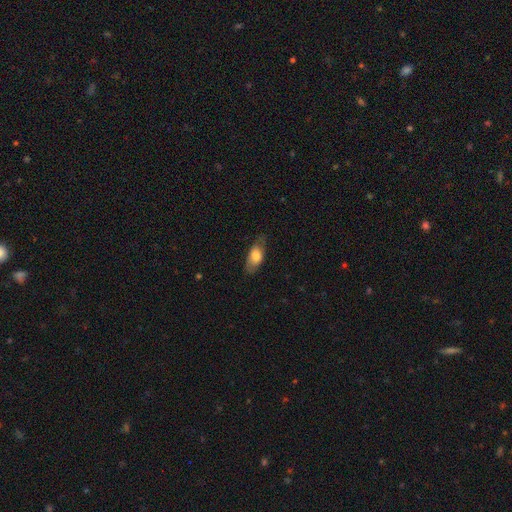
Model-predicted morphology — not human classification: smooth_or_featured: smooth (p=0.70) [alt: featured or disk p=0.23]
how_rounded: in between (p=0.83) [alt: cigar-shaped p=0.13]
merging: none (p=0.73) [alt: minor disturbance p=0.20]